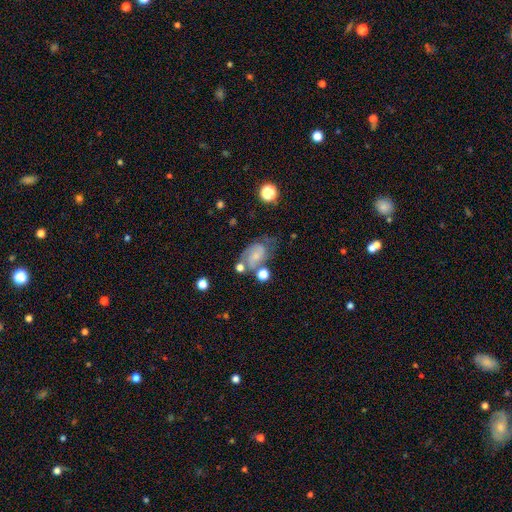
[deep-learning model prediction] Smooth or featured?
  - featured or disk: 65% *
  - smooth: 25%
  - star or artifact: 10%
Edge-on disk?
  - no: 97% *
  - yes: 3%
Bar?
  - no: 53% *
  - weak: 38%
  - strong: 9%
Spiral arms?
  - yes: 90% *
  - no: 10%
Spiral winding?
  - medium: 49% *
  - tight: 27%
  - loose: 24%
Spiral arm count?
  - 2: 75% *
  - can't tell: 12%
  - 1: 6%
  - 3: 4%
  - 4: 1%
  - more than 4: 1%
Bulge size?
  - small: 57% *
  - moderate: 21%
  - none: 19%
  - large: 2%
  - dominant: 1%
Merging?
  - none: 46% *
  - minor disturbance: 24%
  - major disturbance: 15%
  - merger: 14%